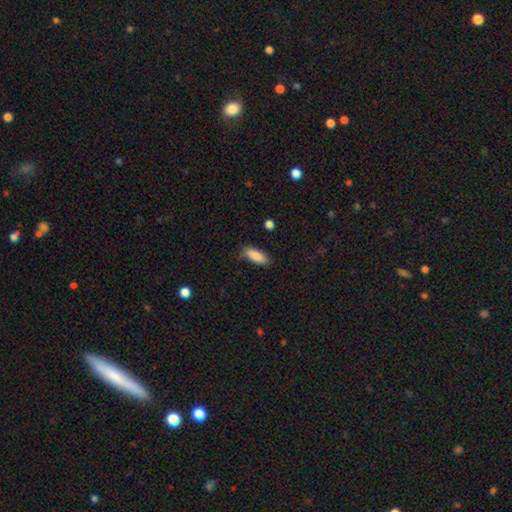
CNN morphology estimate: smooth_or_featured: smooth (p=0.85) [alt: featured or disk p=0.08]
how_rounded: in between (p=0.75) [alt: cigar-shaped p=0.23]
merging: none (p=0.74) [alt: minor disturbance p=0.20]